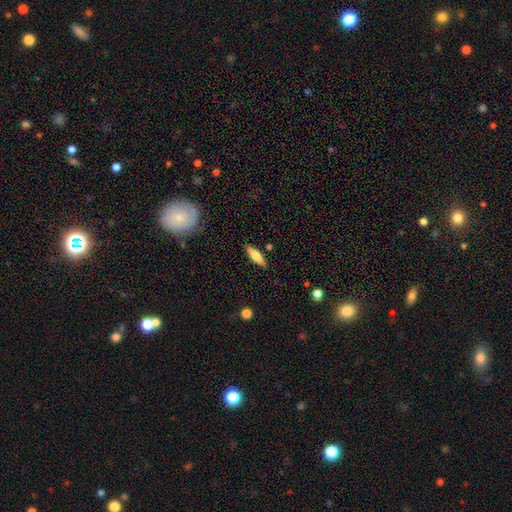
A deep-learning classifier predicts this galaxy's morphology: Q: Smooth or featured?
A: smooth (58%); runner-up: featured or disk (35%)
Q: How rounded?
A: cigar-shaped (61%); runner-up: in between (37%)
Q: Merging?
A: none (87%); runner-up: minor disturbance (9%)